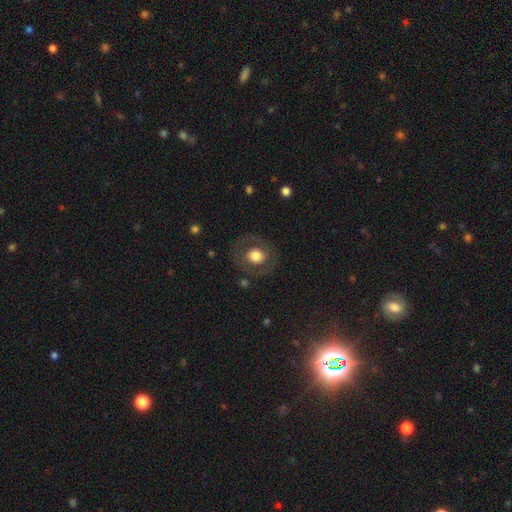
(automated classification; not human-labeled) Overall: smooth (61%; featured or disk 31%). How rounded: round (75%). Merging: none (82%).